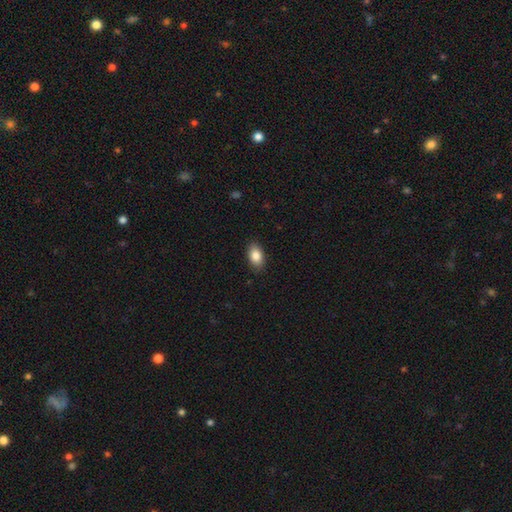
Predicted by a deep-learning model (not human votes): A smooth galaxy with no disk features (86%) that is in between round and cigar-shaped (90%). Merging: none (88%).